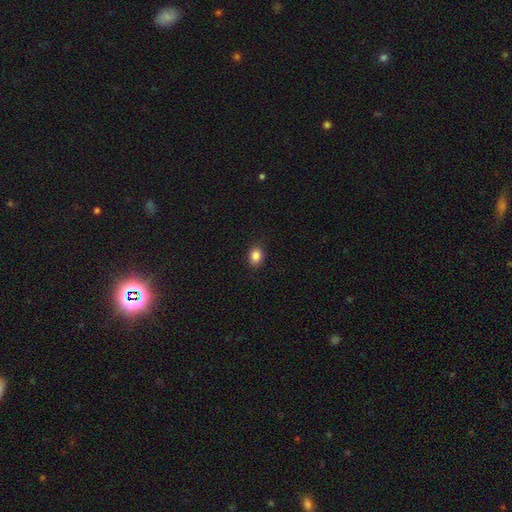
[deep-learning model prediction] Smooth or featured?
  - smooth: 86% *
  - star or artifact: 10%
  - featured or disk: 4%
How rounded?
  - in between: 55% *
  - round: 44%
  - cigar-shaped: 1%
Merging?
  - none: 87% *
  - minor disturbance: 9%
  - major disturbance: 2%
  - merger: 1%